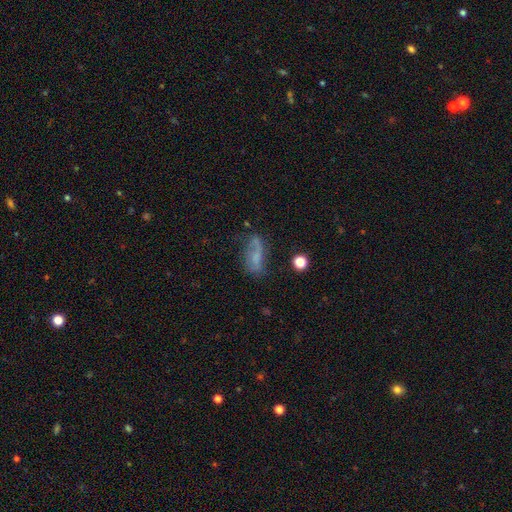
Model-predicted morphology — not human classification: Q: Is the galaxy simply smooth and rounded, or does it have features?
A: smooth — 48%.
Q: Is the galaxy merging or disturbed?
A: none — 46%.